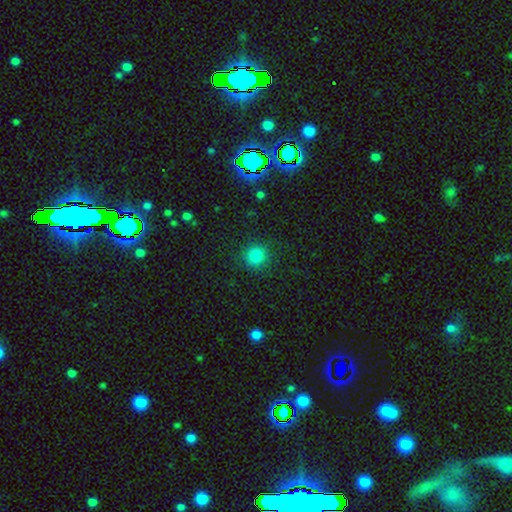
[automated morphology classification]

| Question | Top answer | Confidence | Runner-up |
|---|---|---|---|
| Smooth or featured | smooth | 83% | star or artifact (12%) |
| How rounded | round | 93% | in between (6%) |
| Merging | none | 89% | minor disturbance (7%) |